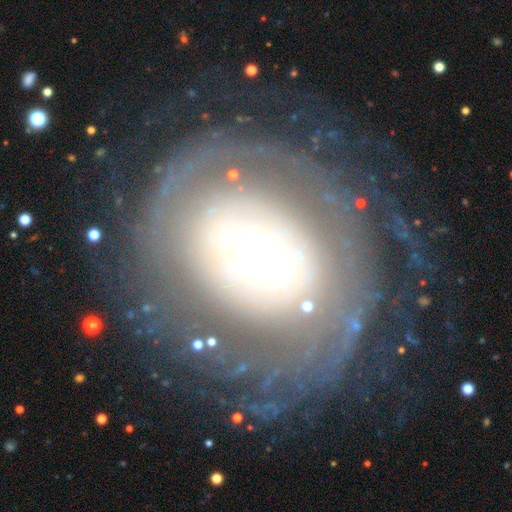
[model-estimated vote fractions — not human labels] Overall: featured or disk (70%). Edge-on disk: no (95%). Bar: no (57%; weak 29%). Spiral arms: yes (67%; no 33%). Bulge size: moderate (46%; large 26%). Merging: none (65%).